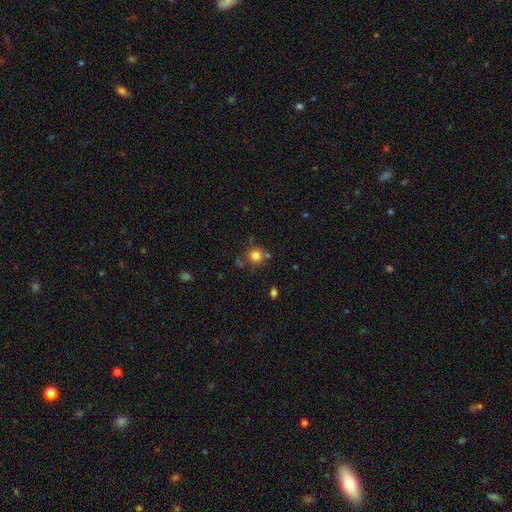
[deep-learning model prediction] smooth-or-featured: smooth: 78% | star or artifact: 14% | featured or disk: 8%
  how-rounded: round: 91% | in between: 8% | cigar-shaped: 1%
  merging: none: 72% | merger: 12% | minor disturbance: 11% | major disturbance: 4%